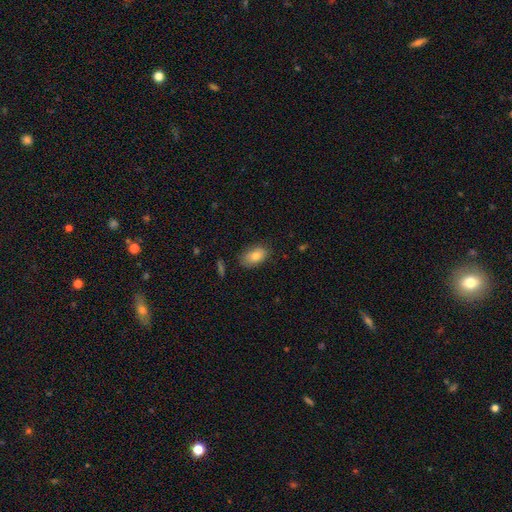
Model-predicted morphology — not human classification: A smooth galaxy with no disk features (78%) that is in between round and cigar-shaped (89%).

Vote fractions:
- Smooth or featured? smooth: 78% / featured or disk: 14% / star or artifact: 8%
- How rounded? in between: 89% / round: 9% / cigar-shaped: 2%
- Merging? none: 78% / minor disturbance: 17% / major disturbance: 3% / merger: 2%